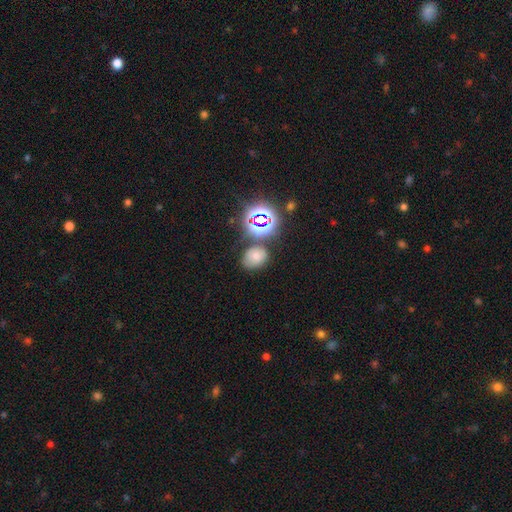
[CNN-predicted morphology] Smooth or featured? Predicted: smooth (p=0.57). How rounded? Predicted: in between (p=0.56). Merging? Predicted: none (p=0.67).